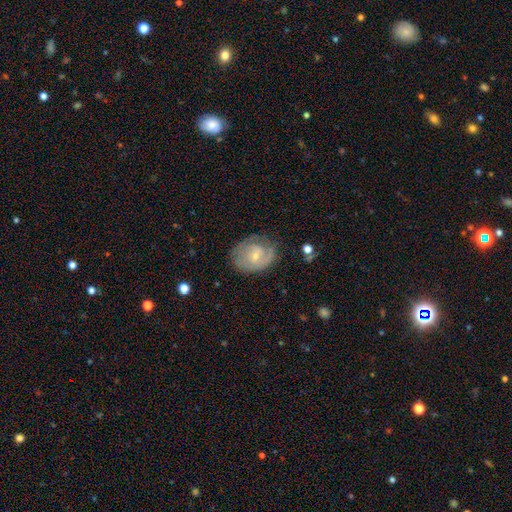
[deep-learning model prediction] This is likely a featured or disk galaxy (66%). It is clearly not viewed edge-on (97%). Bar: likely no (66%). Spiral arm pattern: clearly yes (84%). Spiral arm count: marginally 2 (40%). Spiral winding: possibly tight (53%). Central bulge: likely small (65%). Merging: likely none (63%).